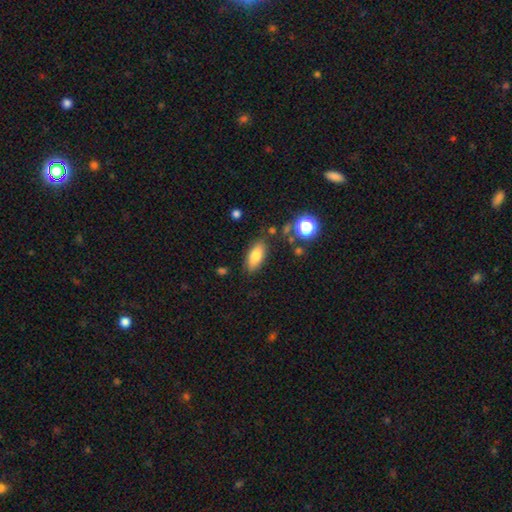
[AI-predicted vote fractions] A smooth galaxy with no disk features (79%) that is in between round and cigar-shaped (81%). Merging: none (80%).